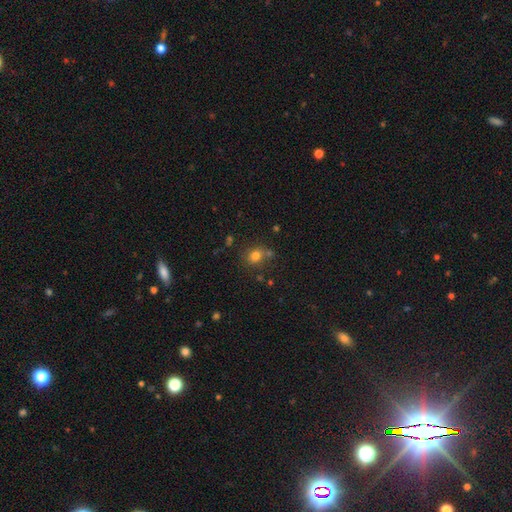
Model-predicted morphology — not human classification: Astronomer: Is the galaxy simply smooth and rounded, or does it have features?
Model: smooth — 77%.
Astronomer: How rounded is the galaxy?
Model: round — 68%.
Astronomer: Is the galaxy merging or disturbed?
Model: none — 68%.